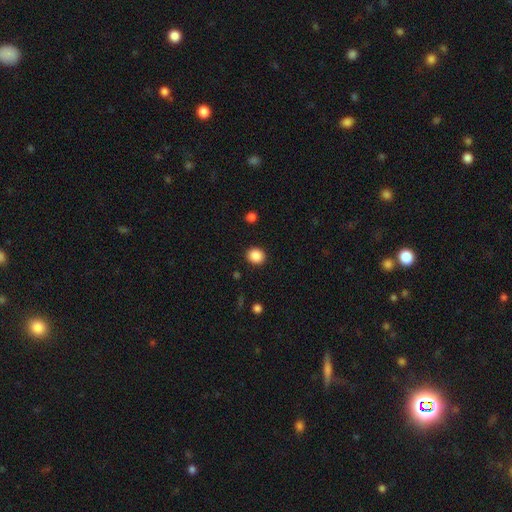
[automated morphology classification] smooth-or-featured: smooth: 88% | star or artifact: 9% | featured or disk: 3%
  how-rounded: round: 75% | in between: 24% | cigar-shaped: 1%
  merging: none: 91% | minor disturbance: 6% | major disturbance: 2% | merger: 1%